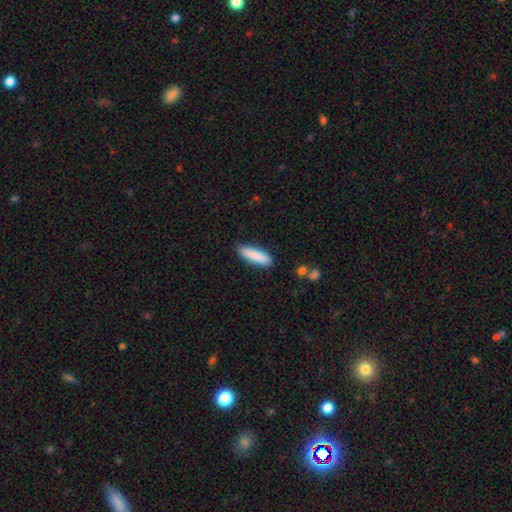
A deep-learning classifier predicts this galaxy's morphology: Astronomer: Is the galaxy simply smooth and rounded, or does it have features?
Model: smooth — 88%.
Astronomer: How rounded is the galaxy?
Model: cigar-shaped — 60% (runner-up: in between, 39%).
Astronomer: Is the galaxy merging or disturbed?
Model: none — 84%.